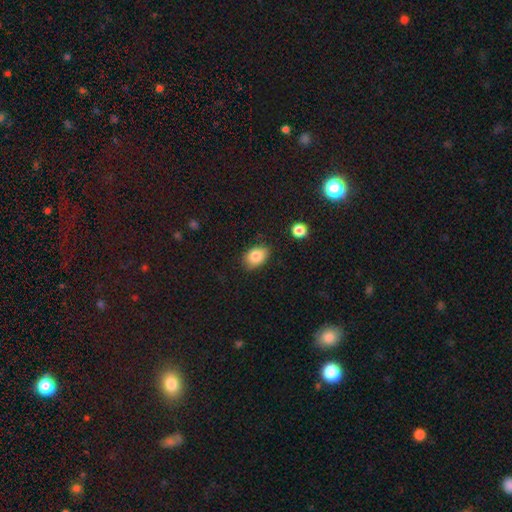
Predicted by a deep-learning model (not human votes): Smooth or featured?
  - smooth: 83% *
  - star or artifact: 8%
  - featured or disk: 8%
How rounded?
  - in between: 79% *
  - round: 19%
  - cigar-shaped: 1%
Merging?
  - none: 80% *
  - minor disturbance: 15%
  - major disturbance: 3%
  - merger: 2%